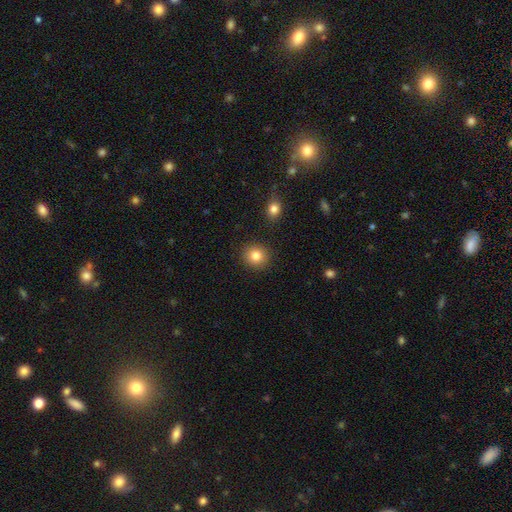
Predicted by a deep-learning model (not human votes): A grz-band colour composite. It shows a smooth galaxy with no disk features (84%) that is round (86%). Merging: none (90%).